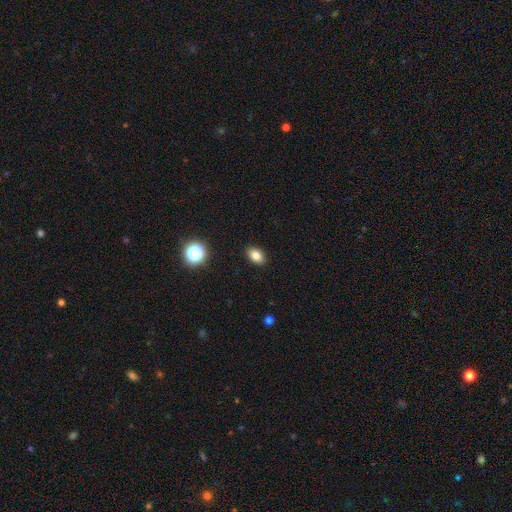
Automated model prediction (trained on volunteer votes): Smooth or featured? smooth (82%)
How rounded? in between (84%)
Merging? none (90%)